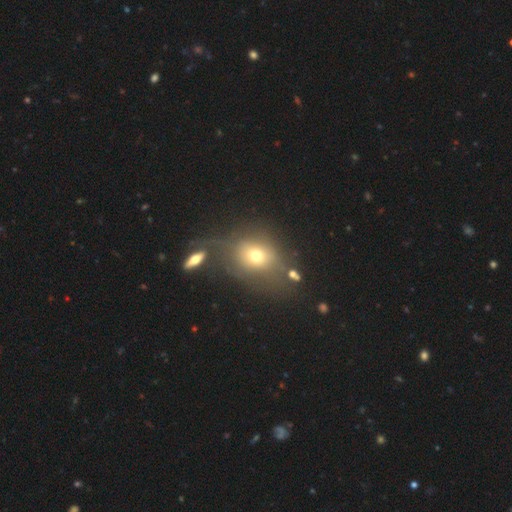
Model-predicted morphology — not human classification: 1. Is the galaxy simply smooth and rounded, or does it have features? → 66% smooth, 19% featured or disk, 16% star or artifact.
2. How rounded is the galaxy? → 59% round, 40% in between, 2% cigar-shaped.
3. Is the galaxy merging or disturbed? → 54% none, 16% merger, 16% minor disturbance, 13% major disturbance.